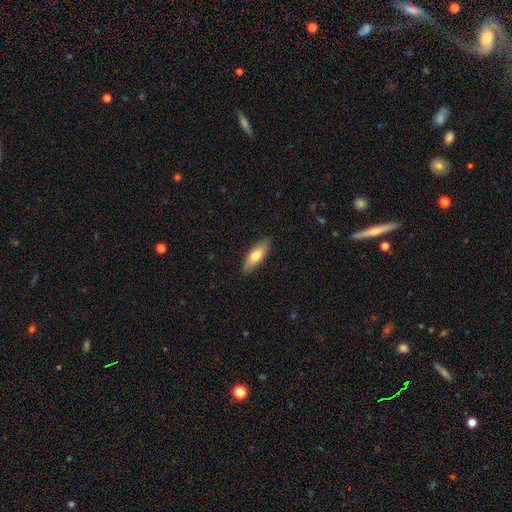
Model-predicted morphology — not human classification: Overall: smooth (72%). How rounded: in between (67%; cigar-shaped 31%). Merging: none (88%).